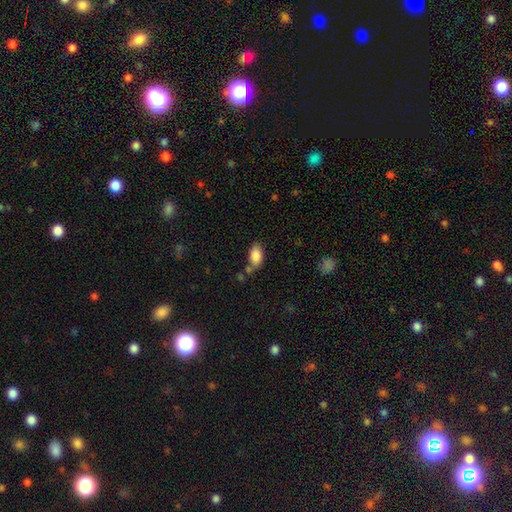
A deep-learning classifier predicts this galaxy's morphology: The model was most divided on "merging": none: 64%, minor disturbance: 20%, merger: 11%, major disturbance: 5%. More confident: how rounded — in between (92%); smooth or featured — smooth (86%).